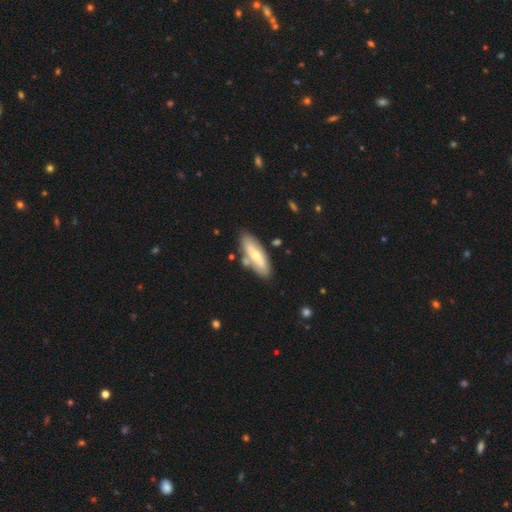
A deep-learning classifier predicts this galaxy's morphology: This is possibly a smooth galaxy (51%). How rounded: possibly in between (54%). Merging: likely none (76%).